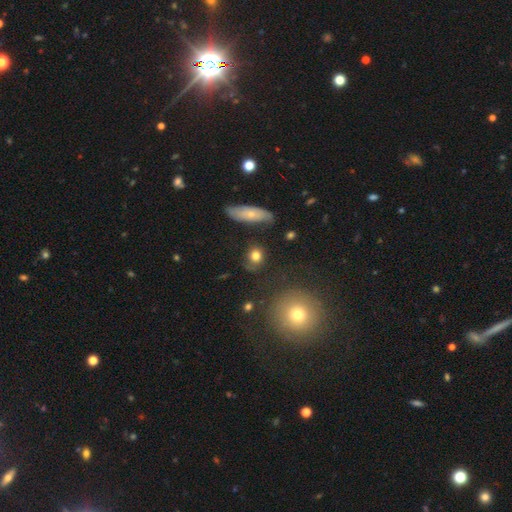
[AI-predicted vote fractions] Q: Smooth or featured?
A: smooth (77%); runner-up: featured or disk (12%)
Q: How rounded?
A: round (79%); runner-up: in between (19%)
Q: Merging?
A: none (74%); runner-up: minor disturbance (15%)